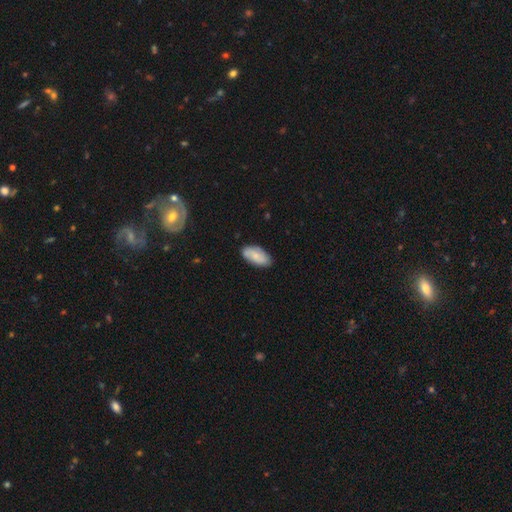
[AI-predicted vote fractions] Smooth or featured?
  - smooth: 72% *
  - featured or disk: 21%
  - star or artifact: 6%
How rounded?
  - in between: 91% *
  - cigar-shaped: 7%
  - round: 2%
Merging?
  - none: 81% *
  - minor disturbance: 15%
  - major disturbance: 2%
  - merger: 1%